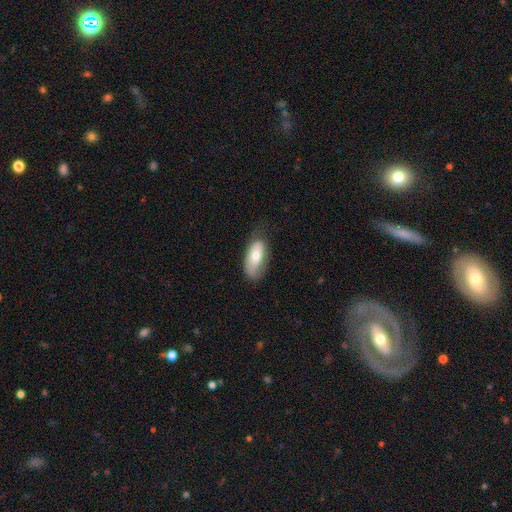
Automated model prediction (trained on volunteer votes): A smooth galaxy with no disk features (67%) that is in between round and cigar-shaped (89%). Merging: none (62%).